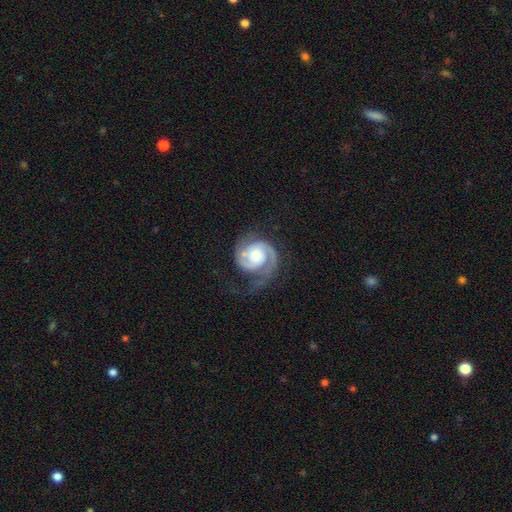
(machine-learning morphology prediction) Q: Smooth or featured?
A: featured or disk (89%); runner-up: smooth (6%)
Q: Edge-on disk?
A: no (98%); runner-up: yes (2%)
Q: Bar?
A: no (68%); runner-up: weak (25%)
Q: Spiral arms?
A: yes (98%); runner-up: no (2%)
Q: Spiral winding?
A: tight (45%); runner-up: medium (43%)
Q: Spiral arm count?
A: 2 (81%); runner-up: 1 (12%)
Q: Bulge size?
A: moderate (42%); runner-up: small (30%)
Q: Merging?
A: none (56%); runner-up: major disturbance (21%)